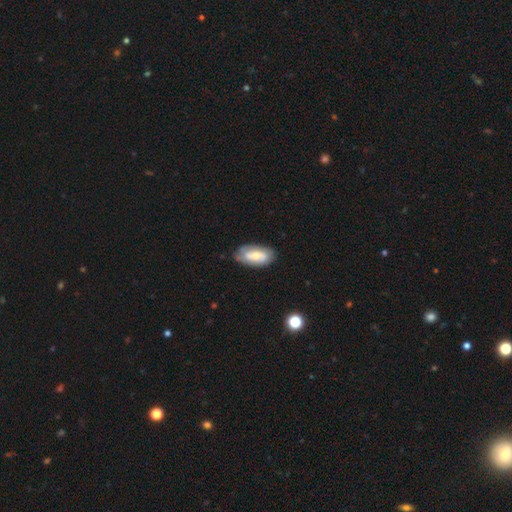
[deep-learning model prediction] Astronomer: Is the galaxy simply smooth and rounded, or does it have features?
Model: featured or disk — 50% (runner-up: smooth, 43%).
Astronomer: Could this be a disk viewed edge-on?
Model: no — 92%.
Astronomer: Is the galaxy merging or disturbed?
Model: none — 73%.